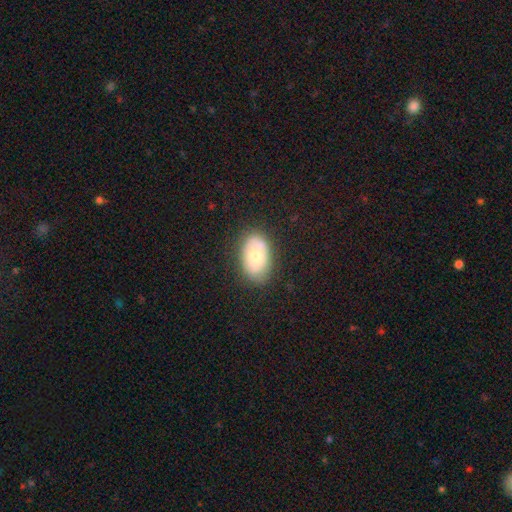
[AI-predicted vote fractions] Smooth or featured?
  - smooth: 63% *
  - featured or disk: 30%
  - star or artifact: 8%
How rounded?
  - in between: 88% *
  - round: 11%
  - cigar-shaped: 1%
Merging?
  - none: 78% *
  - minor disturbance: 16%
  - major disturbance: 5%
  - merger: 1%